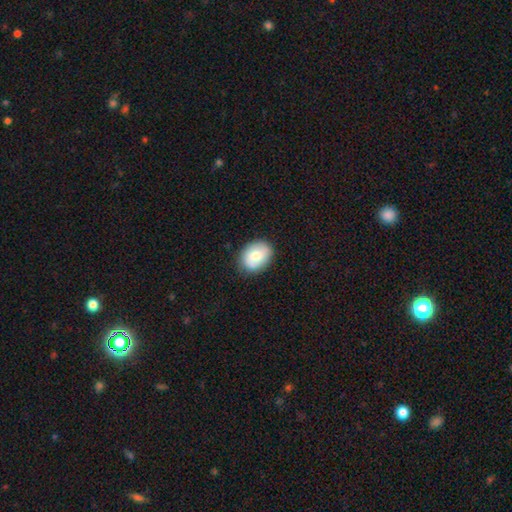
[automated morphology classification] Overall: smooth (73%). How rounded: in between (58%; round 41%). Merging: none (83%).